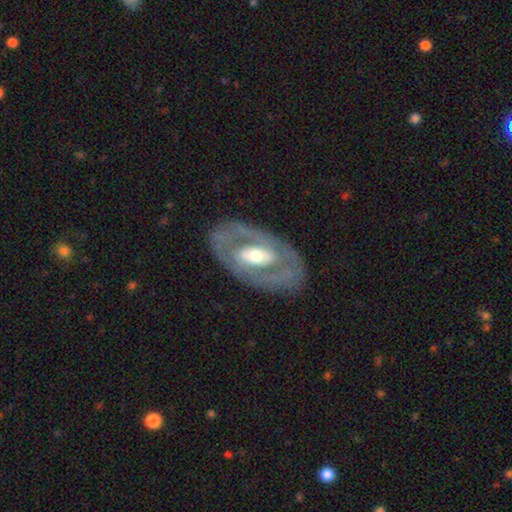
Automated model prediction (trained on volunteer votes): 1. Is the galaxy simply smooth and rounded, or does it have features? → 78% featured or disk, 16% smooth, 6% star or artifact.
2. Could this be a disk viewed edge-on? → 90% no, 10% yes.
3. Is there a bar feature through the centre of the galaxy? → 36% weak, 35% no, 30% strong.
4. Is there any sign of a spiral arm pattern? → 51% yes, 49% no.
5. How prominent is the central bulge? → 66% moderate, 18% small, 13% large, 1% dominant, 1% none.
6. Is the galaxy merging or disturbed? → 82% none, 12% minor disturbance, 5% major disturbance, 1% merger.